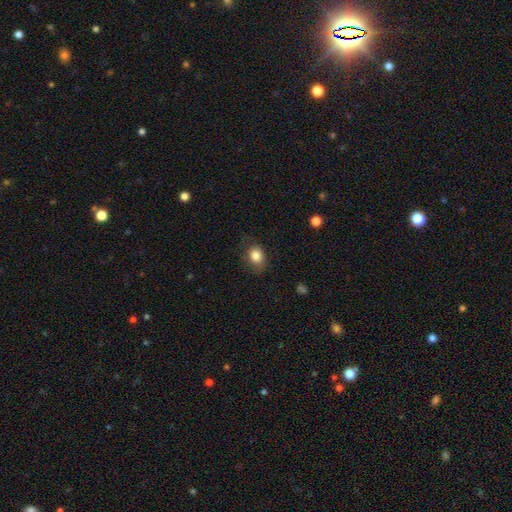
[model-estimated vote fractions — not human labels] smooth 84%, star or artifact 10%, featured or disk 6%. Down the decision tree: how rounded — round (57%); merging — none (71%).